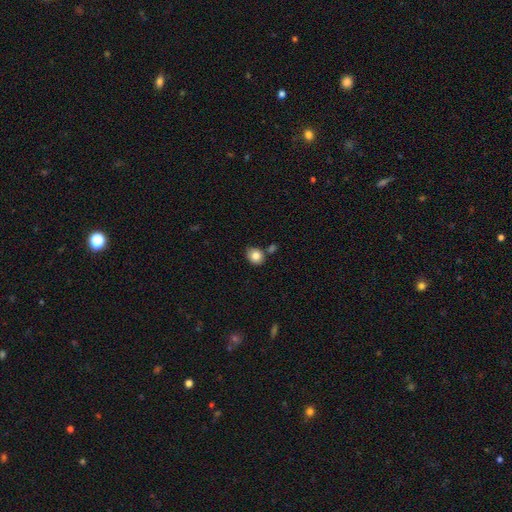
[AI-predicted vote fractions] smooth 83%, star or artifact 9%, featured or disk 8%. Down the decision tree: how rounded — round (60%); merging — none (70%).